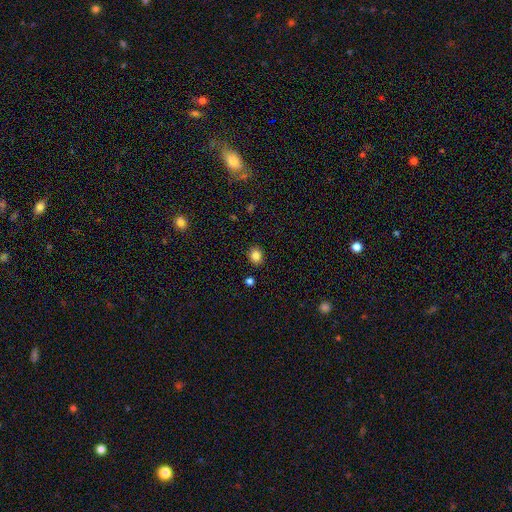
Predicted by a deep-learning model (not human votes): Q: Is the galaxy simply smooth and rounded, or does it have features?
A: smooth — 84%.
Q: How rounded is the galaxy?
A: round — 72%.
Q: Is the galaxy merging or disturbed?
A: none — 88%.